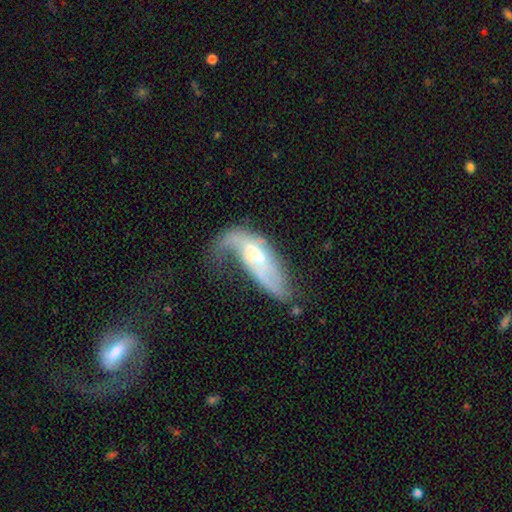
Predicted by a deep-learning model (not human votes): Smooth or featured?
  - featured or disk: 69% *
  - smooth: 24%
  - star or artifact: 7%
Edge-on disk?
  - no: 84% *
  - yes: 16%
Bar?
  - weak: 44% *
  - no: 37%
  - strong: 19%
Spiral arms?
  - yes: 79% *
  - no: 21%
Bulge size?
  - moderate: 47% *
  - small: 30%
  - none: 12%
  - large: 9%
  - dominant: 2%
Merging?
  - major disturbance: 45% *
  - none: 25%
  - minor disturbance: 21%
  - merger: 9%